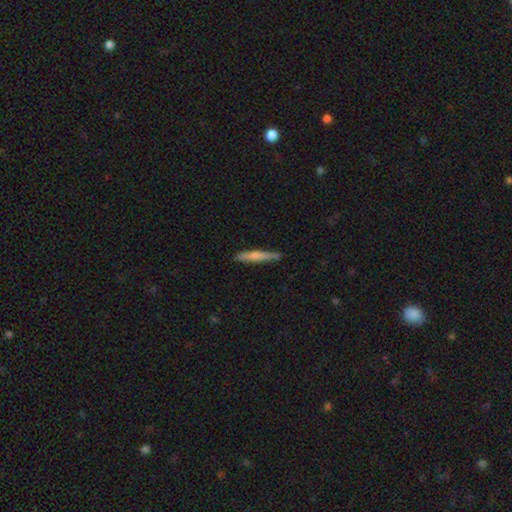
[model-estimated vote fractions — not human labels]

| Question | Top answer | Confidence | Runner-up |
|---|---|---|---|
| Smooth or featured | smooth | 65% | featured or disk (30%) |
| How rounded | cigar-shaped | 94% | in between (4%) |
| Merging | none | 82% | minor disturbance (14%) |